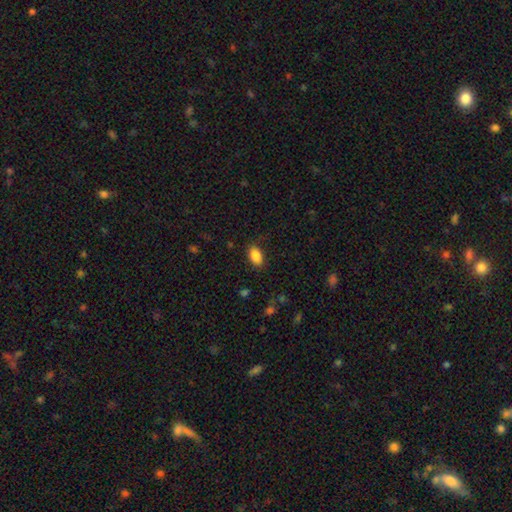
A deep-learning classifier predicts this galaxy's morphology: The model was most divided on "merging": none: 85%, minor disturbance: 11%, major disturbance: 3%, merger: 1%. More confident: how rounded — in between (91%); smooth or featured — smooth (87%).